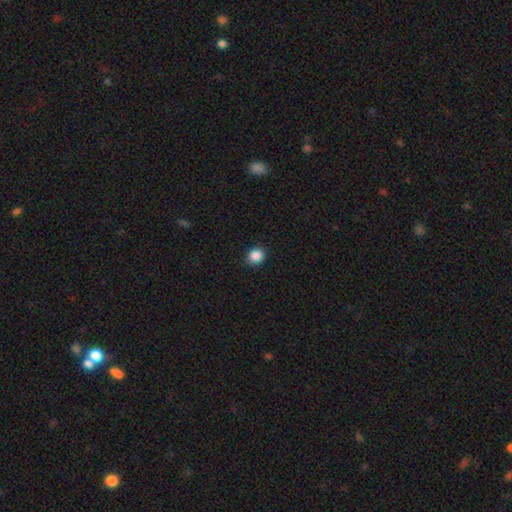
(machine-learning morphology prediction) Smooth or featured? Predicted: smooth (p=0.88). How rounded? Predicted: round (p=0.81). Merging? Predicted: none (p=0.90).